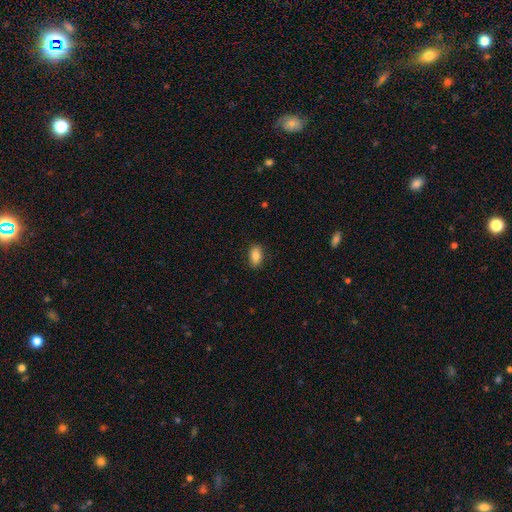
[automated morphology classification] A smooth galaxy with no disk features (82%) that is in between round and cigar-shaped (89%).

Vote fractions:
- Smooth or featured? smooth: 82% / featured or disk: 10% / star or artifact: 8%
- How rounded? in between: 89% / round: 8% / cigar-shaped: 3%
- Merging? none: 86% / minor disturbance: 11% / major disturbance: 2% / merger: 1%